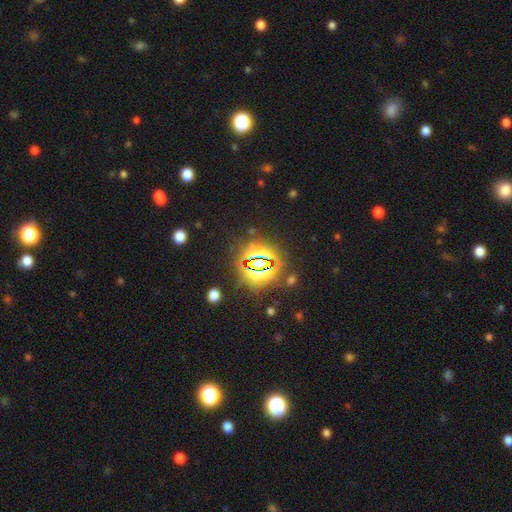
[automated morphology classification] star or artifact 80%, smooth 12%, featured or disk 8%.